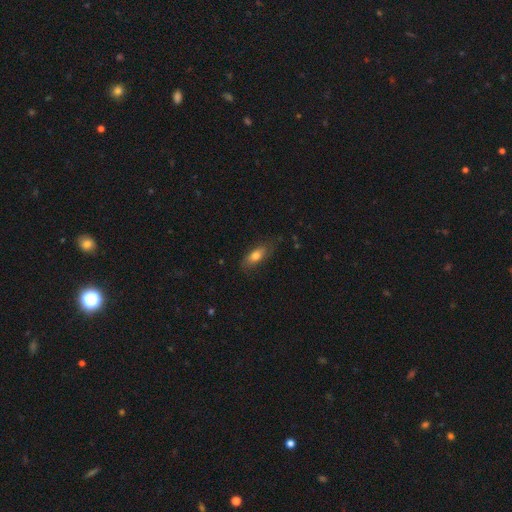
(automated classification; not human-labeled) Overall: smooth (73%). How rounded: in between (76%). Merging: none (73%).